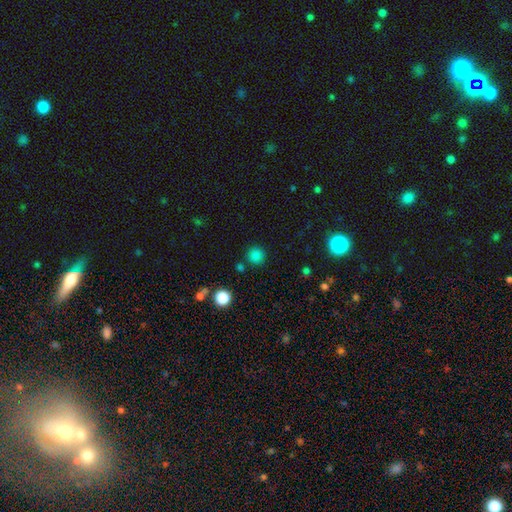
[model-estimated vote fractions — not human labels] smooth_or_featured: smooth (p=0.81) [alt: star or artifact p=0.15]
how_rounded: round (p=0.94) [alt: in between p=0.05]
merging: none (p=0.86) [alt: minor disturbance p=0.07]